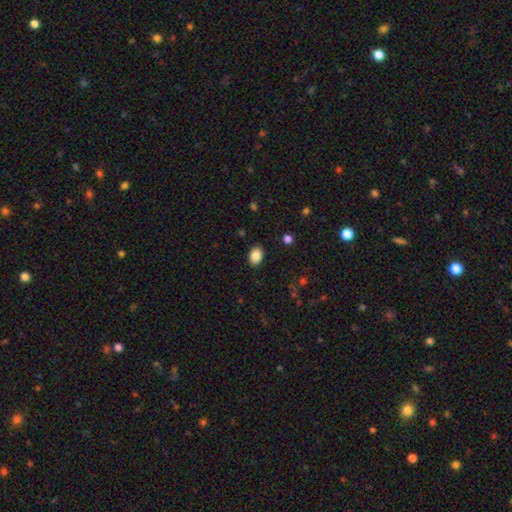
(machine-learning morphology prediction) Overall: smooth (86%). How rounded: in between (80%). Merging: none (88%).